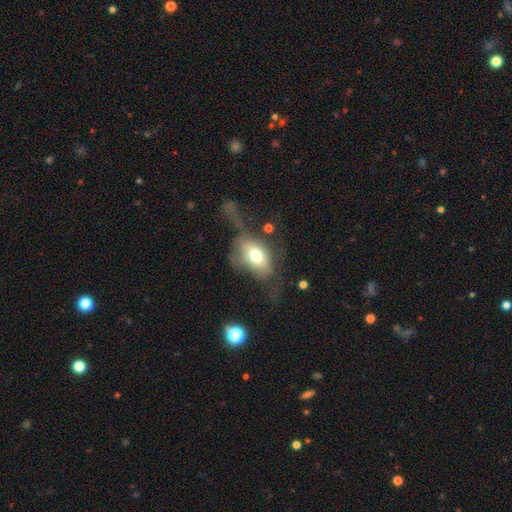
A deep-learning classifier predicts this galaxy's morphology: smooth_or_featured: smooth (p=0.62) [alt: featured or disk p=0.29]
how_rounded: in between (p=0.81) [alt: round p=0.16]
merging: major disturbance (p=0.46) [alt: none p=0.27]